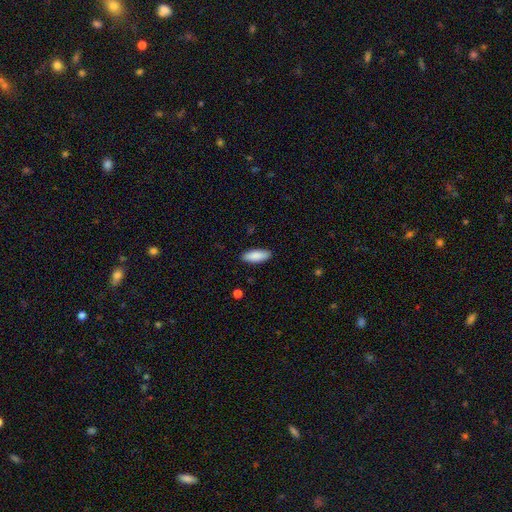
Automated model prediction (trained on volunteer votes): Smooth or featured? Predicted: smooth (p=0.89). How rounded? Predicted: in between (p=0.76). Merging? Predicted: none (p=0.88).